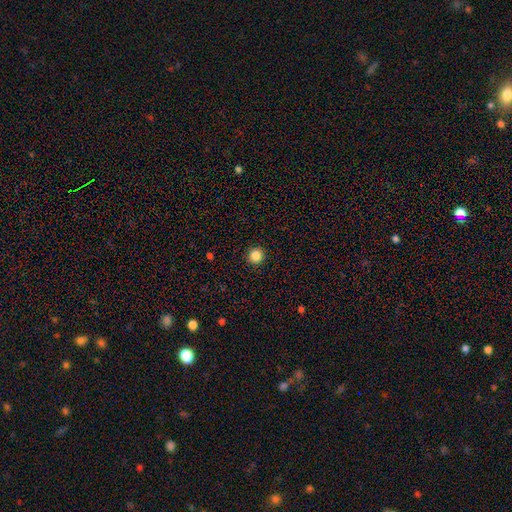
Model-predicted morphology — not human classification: Smooth or featured? Predicted: smooth (p=0.86). How rounded? Predicted: round (p=0.95). Merging? Predicted: none (p=0.93).